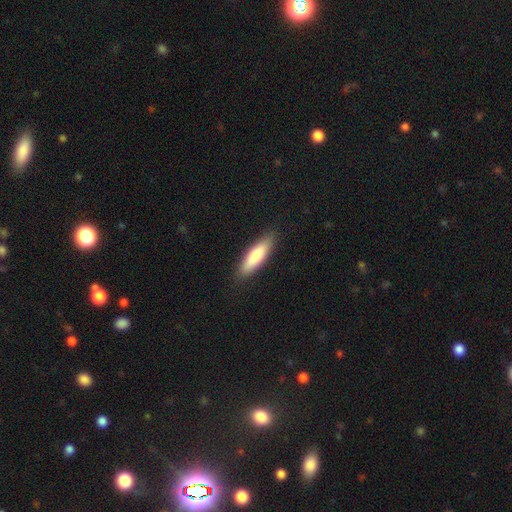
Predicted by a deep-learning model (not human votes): Smooth or featured? smooth (81%)
How rounded? cigar-shaped (59%)
Merging? none (86%)